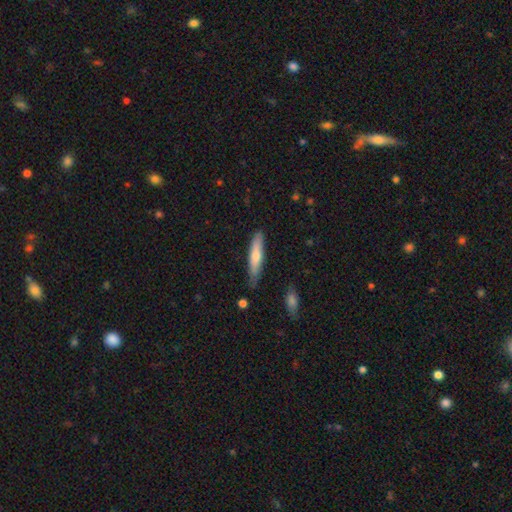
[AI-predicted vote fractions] The model was most divided on "smooth or featured": smooth: 58%, featured or disk: 36%, star or artifact: 6%. More confident: how rounded — cigar-shaped (87%); merging — none (83%).